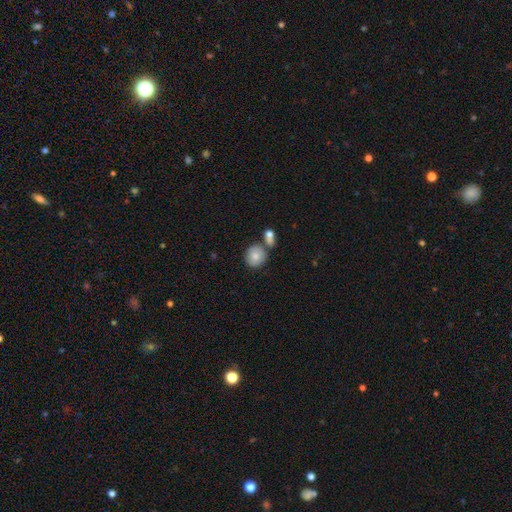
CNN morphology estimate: A smooth galaxy with no disk features (80%) that is round (85%).

Vote fractions:
- Smooth or featured? smooth: 80% / featured or disk: 12% / star or artifact: 8%
- How rounded? round: 85% / in between: 14% / cigar-shaped: 1%
- Merging? none: 63% / merger: 22% / minor disturbance: 11% / major disturbance: 3%